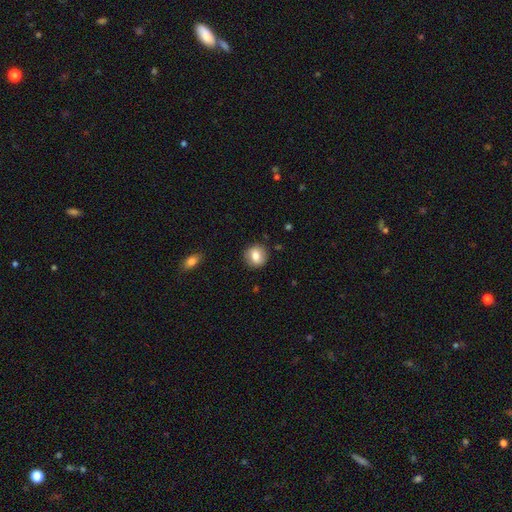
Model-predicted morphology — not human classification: This is likely a smooth galaxy (78%). How rounded: clearly round (82%). Merging: clearly none (87%).